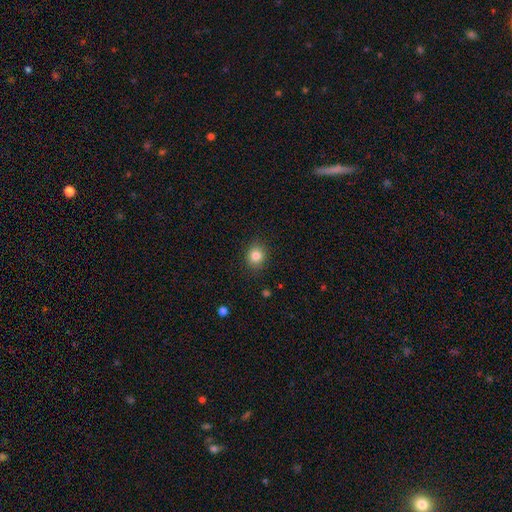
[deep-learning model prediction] Q: Smooth or featured?
A: smooth (84%); runner-up: star or artifact (11%)
Q: How rounded?
A: round (78%); runner-up: in between (21%)
Q: Merging?
A: none (89%); runner-up: minor disturbance (8%)